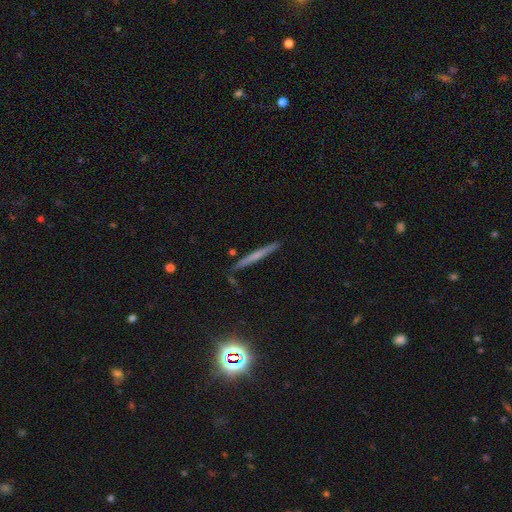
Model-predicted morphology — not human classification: type=smooth (45%); merging=none (88%).